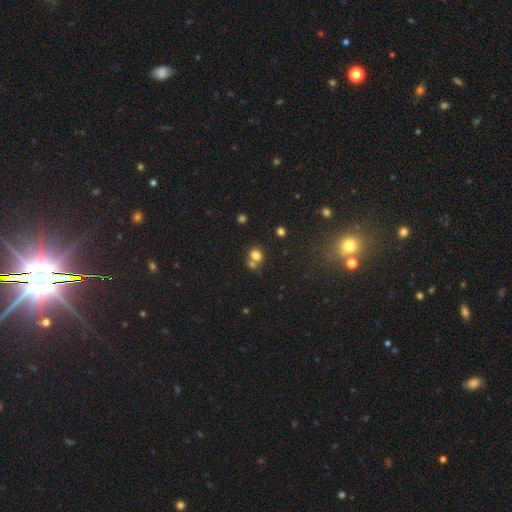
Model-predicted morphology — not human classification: A smooth galaxy with no disk features (75%) that is round (65%).

Vote fractions:
- Smooth or featured? smooth: 75% / star or artifact: 14% / featured or disk: 11%
- How rounded? round: 65% / in between: 34% / cigar-shaped: 1%
- Merging? merger: 45% / none: 42% / minor disturbance: 9% / major disturbance: 4%